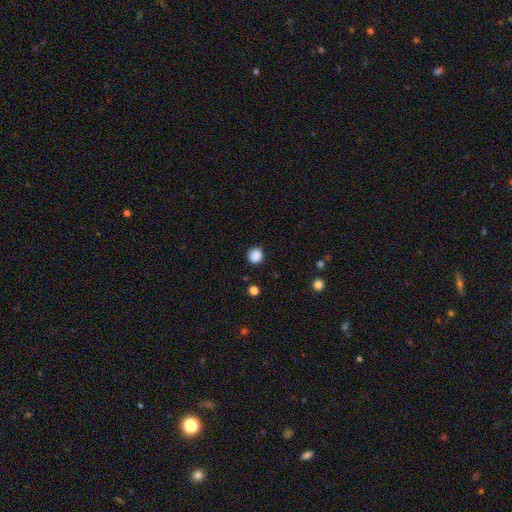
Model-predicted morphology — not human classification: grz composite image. It shows a smooth galaxy with no disk features (87%) that is round (91%). Merging: none (90%).